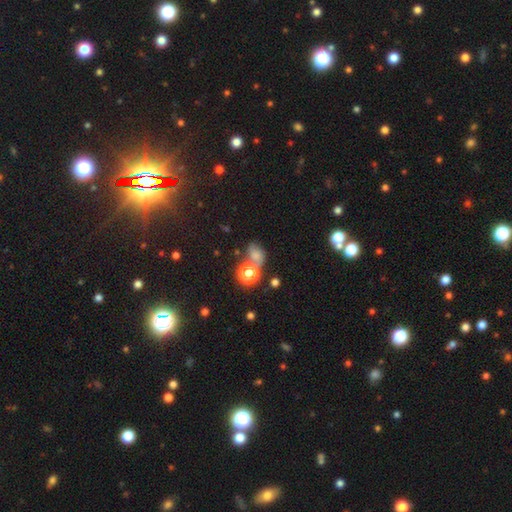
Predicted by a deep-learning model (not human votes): Smooth or featured? Predicted: smooth (p=0.60). How rounded? Predicted: round (p=0.54). Merging? Predicted: none (p=0.45).